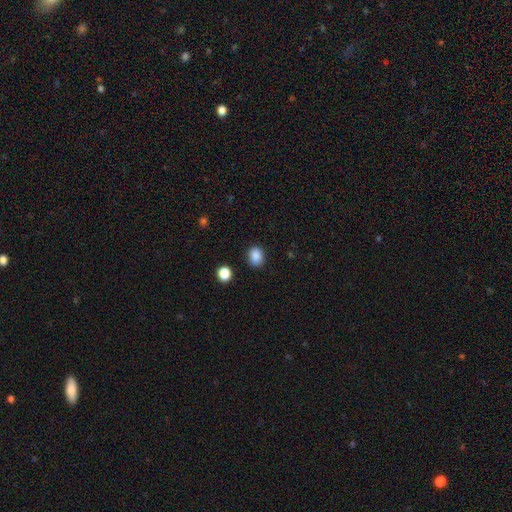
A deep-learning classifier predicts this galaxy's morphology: Smooth or featured? smooth (87%)
How rounded? round (50%)
Merging? none (86%)